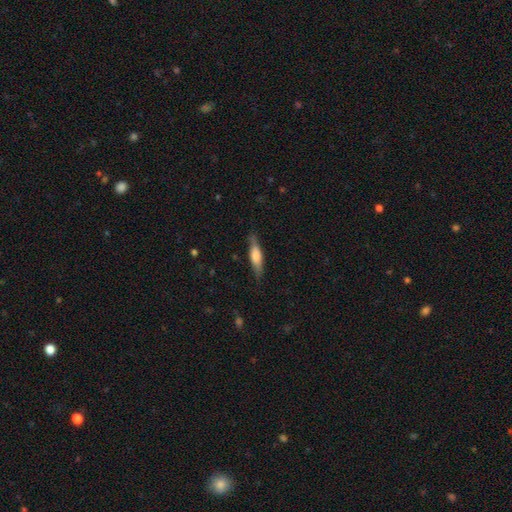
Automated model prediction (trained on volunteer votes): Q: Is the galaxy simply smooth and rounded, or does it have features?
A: smooth — 57%.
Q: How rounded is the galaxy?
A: cigar-shaped — 69%.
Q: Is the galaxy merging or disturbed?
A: none — 80%.